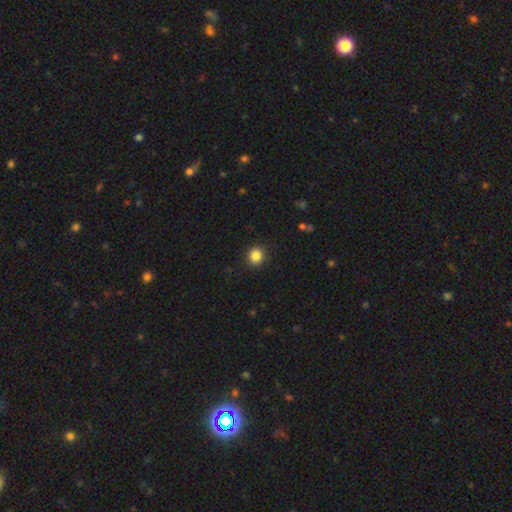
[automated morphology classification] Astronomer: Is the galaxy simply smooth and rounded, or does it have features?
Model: smooth — 85%.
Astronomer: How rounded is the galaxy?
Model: round — 85%.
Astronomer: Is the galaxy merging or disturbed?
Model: none — 88%.